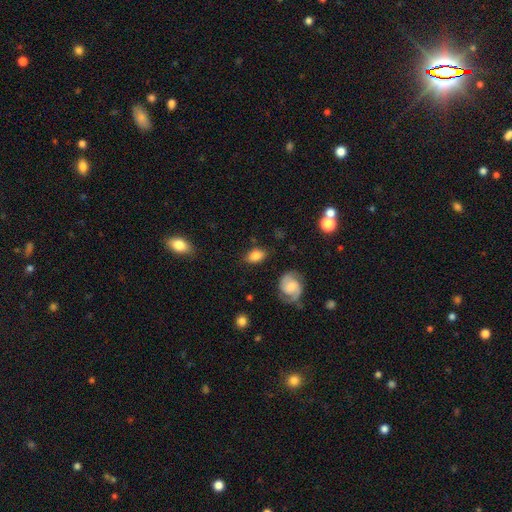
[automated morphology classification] Smooth or featured? Predicted: smooth (p=0.77). How rounded? Predicted: in between (p=0.85). Merging? Predicted: none (p=0.80).